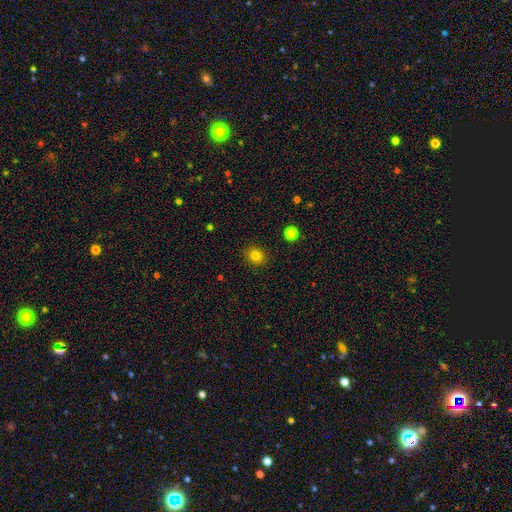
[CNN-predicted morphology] smooth_or_featured: smooth (p=0.82) [alt: star or artifact p=0.13]
how_rounded: round (p=0.77) [alt: in between p=0.22]
merging: none (p=0.90) [alt: minor disturbance p=0.07]